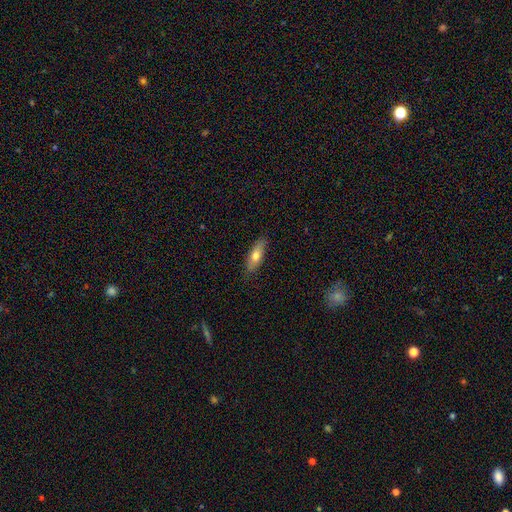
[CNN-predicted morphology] type=smooth (68%); roundness=in between (57%); merging=none (85%).